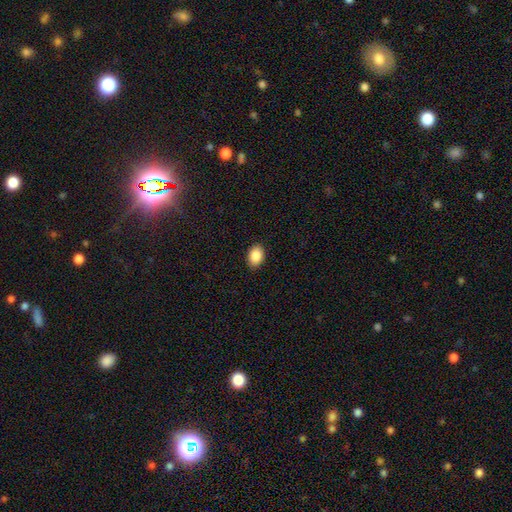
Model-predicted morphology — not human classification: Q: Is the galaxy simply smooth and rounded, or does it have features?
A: smooth — 88%.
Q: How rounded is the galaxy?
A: in between — 81%.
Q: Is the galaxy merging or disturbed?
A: none — 90%.